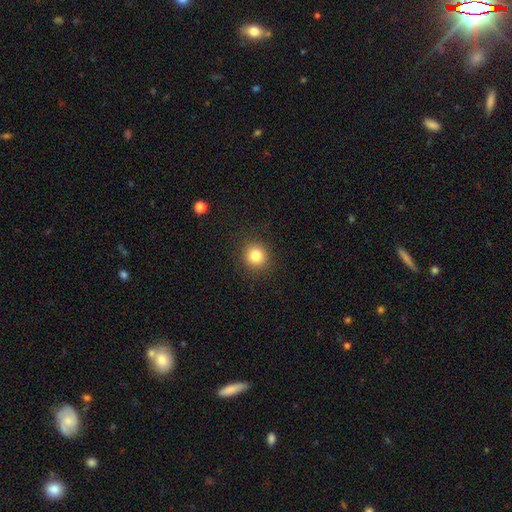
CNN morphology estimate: Smooth or featured? Predicted: smooth (p=0.82). How rounded? Predicted: round (p=0.89). Merging? Predicted: none (p=0.90).